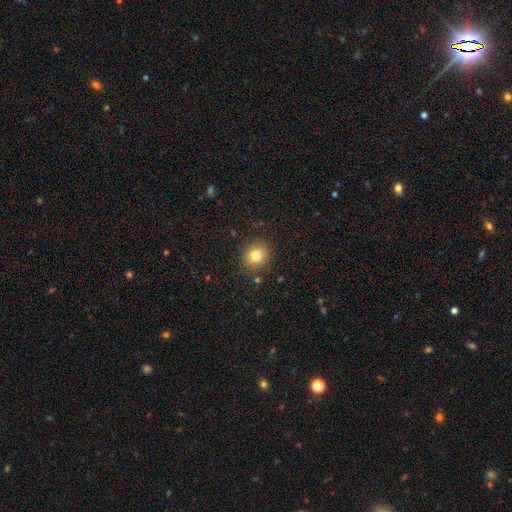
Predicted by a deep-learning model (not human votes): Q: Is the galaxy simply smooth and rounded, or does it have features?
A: smooth — 79%.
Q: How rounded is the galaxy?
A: round — 81%.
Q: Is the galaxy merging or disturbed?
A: none — 88%.